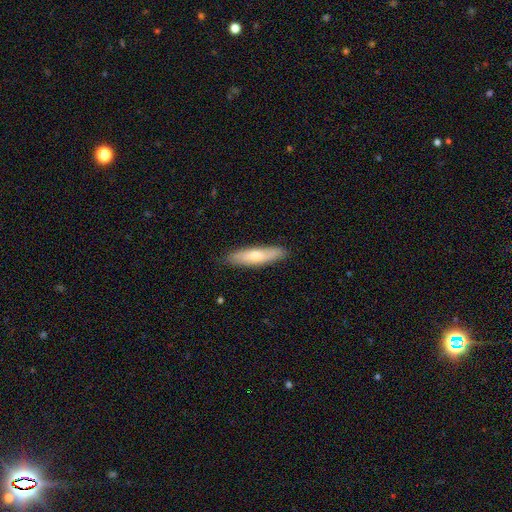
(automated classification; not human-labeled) Morphology: type=smooth (65%); roundness=cigar-shaped (73%); merging=none (86%).